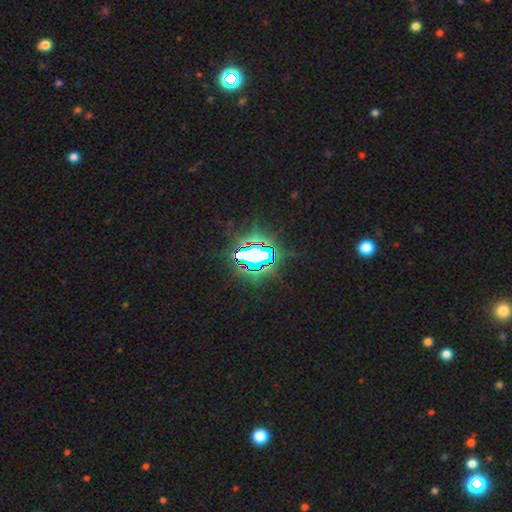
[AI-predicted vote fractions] Smooth or featured? star or artifact (77%)